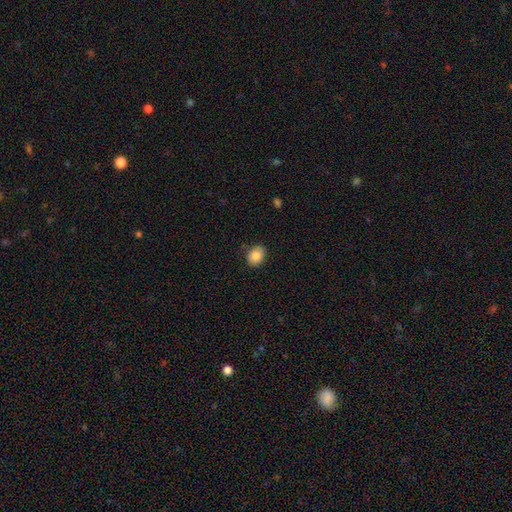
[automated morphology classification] This appears to be a smooth galaxy with no disk features (84%) that is in between round and cigar-shaped (66%). Merging: none (83%).